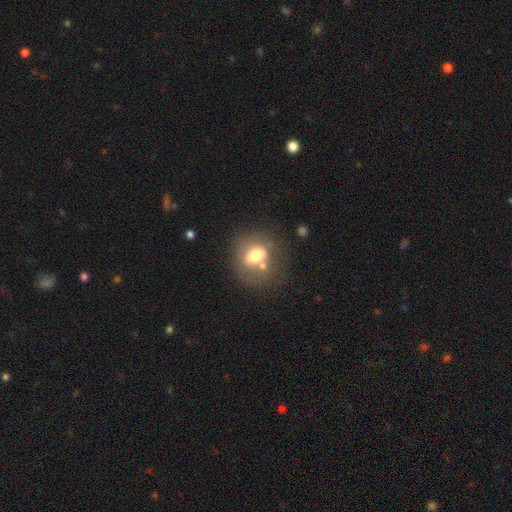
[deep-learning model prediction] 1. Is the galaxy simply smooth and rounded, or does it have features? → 63% smooth, 27% featured or disk, 11% star or artifact.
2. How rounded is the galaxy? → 63% round, 36% in between, 1% cigar-shaped.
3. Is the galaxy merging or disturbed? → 52% none, 20% merger, 17% minor disturbance, 10% major disturbance.